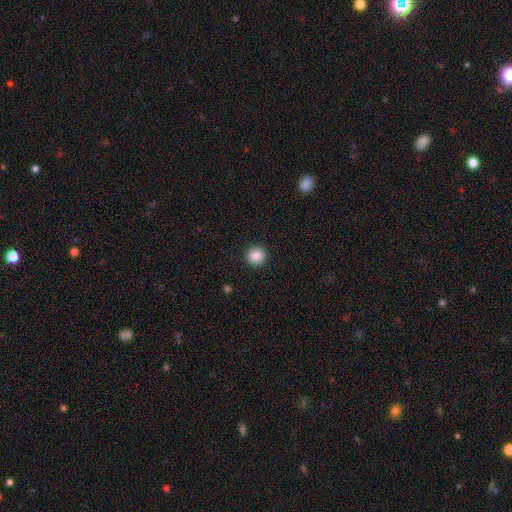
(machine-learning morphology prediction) This is clearly a smooth galaxy (87%). How rounded: clearly round (93%). Merging: clearly none (92%).